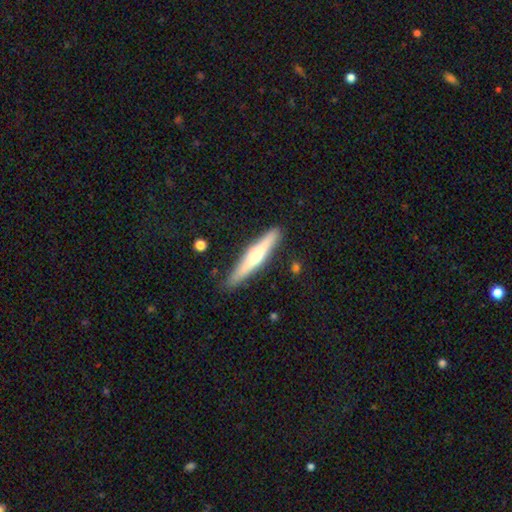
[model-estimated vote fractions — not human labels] Smooth or featured? featured or disk (54%)
Edge-on disk? yes (95%)
Edge-on bulge? rounded (83%)
Merging? none (88%)